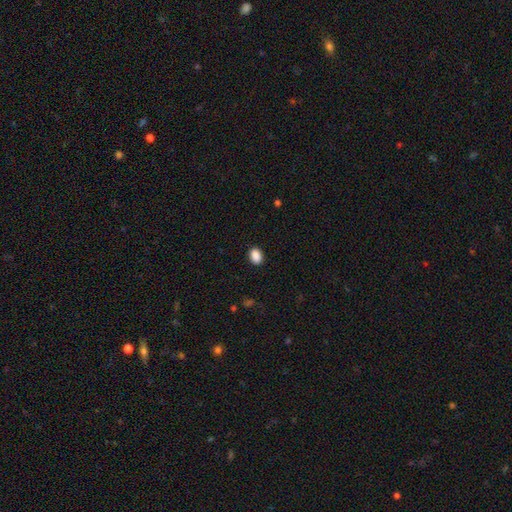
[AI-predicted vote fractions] A smooth galaxy with no disk features (89%) that is in between round and cigar-shaped (75%).

Vote fractions:
- Smooth or featured? smooth: 89% / star or artifact: 8% / featured or disk: 3%
- How rounded? in between: 75% / round: 23% / cigar-shaped: 1%
- Merging? none: 89% / minor disturbance: 8% / major disturbance: 2% / merger: 1%